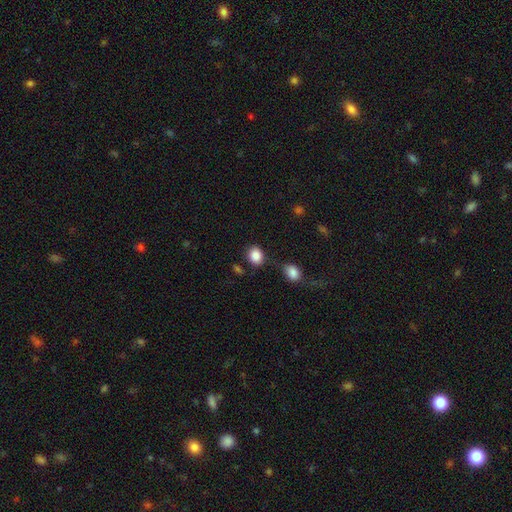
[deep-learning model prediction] This appears to be a smooth galaxy with no disk features (87%) that is round (53%). Merging: none (69%).